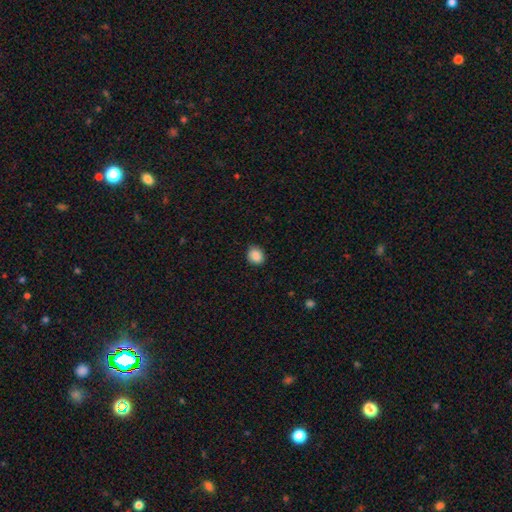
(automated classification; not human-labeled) A smooth galaxy with no disk features (88%) that is round (59%). Merging: none (86%).